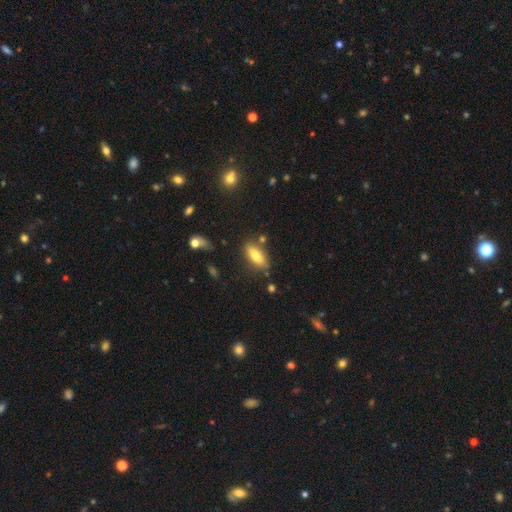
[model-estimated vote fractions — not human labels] Smooth or featured?
  - smooth: 71% *
  - featured or disk: 22%
  - star or artifact: 8%
How rounded?
  - in between: 76% *
  - cigar-shaped: 21%
  - round: 3%
Merging?
  - none: 77% *
  - minor disturbance: 15%
  - merger: 5%
  - major disturbance: 4%